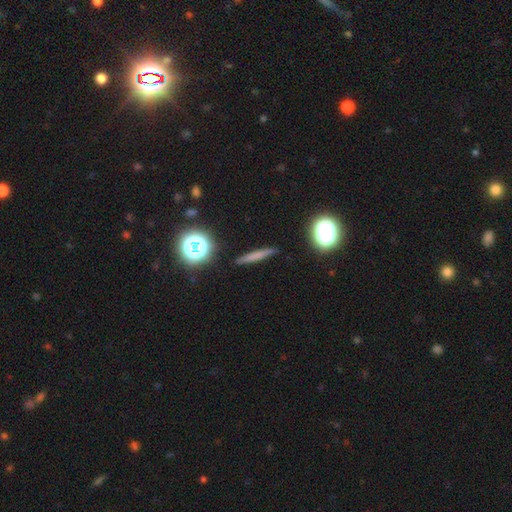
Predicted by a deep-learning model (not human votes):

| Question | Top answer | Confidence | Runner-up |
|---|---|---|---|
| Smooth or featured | smooth | 56% | featured or disk (32%) |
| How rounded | cigar-shaped | 85% | round (9%) |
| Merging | none | 88% | minor disturbance (8%) |